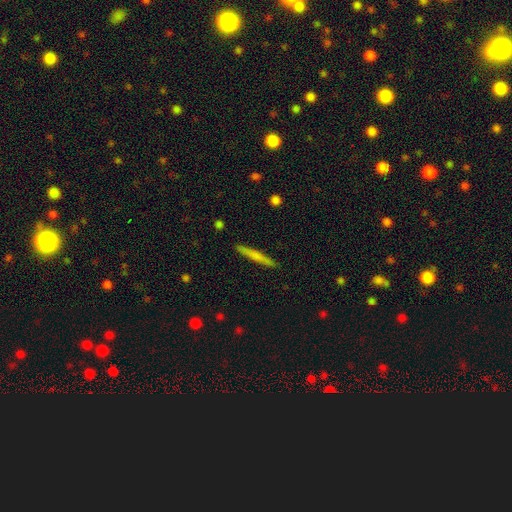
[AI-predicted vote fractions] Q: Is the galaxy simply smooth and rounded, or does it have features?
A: smooth — 63%.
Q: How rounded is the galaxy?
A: cigar-shaped — 96%.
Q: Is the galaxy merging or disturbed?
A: none — 91%.